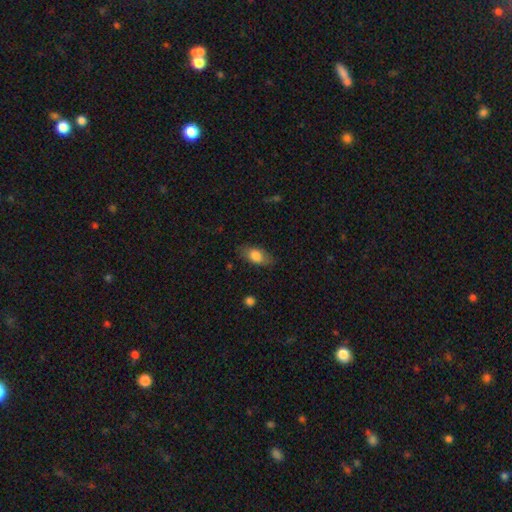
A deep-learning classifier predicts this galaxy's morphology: A smooth galaxy with no disk features (78%) that is in between round and cigar-shaped (86%).

Vote fractions:
- Smooth or featured? smooth: 78% / featured or disk: 15% / star or artifact: 7%
- How rounded? in between: 86% / cigar-shaped: 8% / round: 6%
- Merging? none: 79% / minor disturbance: 15% / major disturbance: 4% / merger: 1%